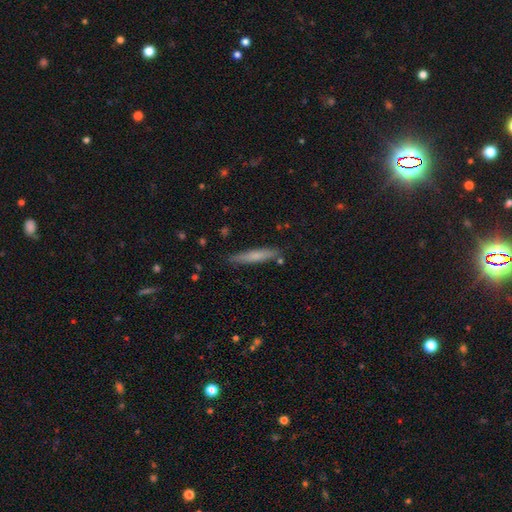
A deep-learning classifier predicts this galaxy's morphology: A smooth galaxy with no disk features (64%) that is cigar-shaped (93%).

Vote fractions:
- Smooth or featured? smooth: 64% / featured or disk: 29% / star or artifact: 7%
- How rounded? cigar-shaped: 93% / in between: 6% / round: 1%
- Merging? none: 84% / minor disturbance: 11% / merger: 3% / major disturbance: 2%